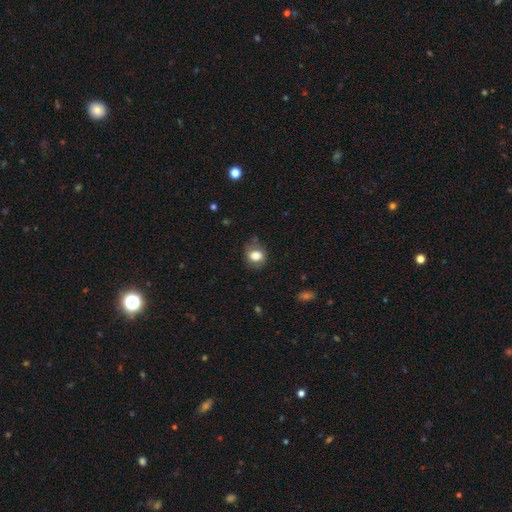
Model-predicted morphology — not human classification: Smooth or featured: smooth — 77% (featured or disk — 15%)
How rounded: round — 57% (in between — 42%)
Merging: none — 69% (minor disturbance — 22%)